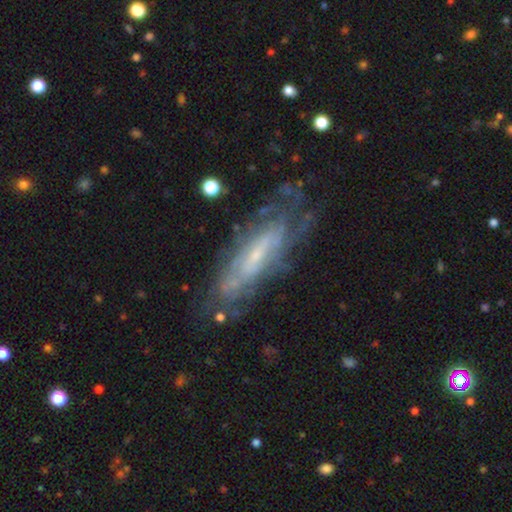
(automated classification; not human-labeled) smooth-or-featured: featured or disk: 75% | smooth: 18% | star or artifact: 7%
  disk-edge-on: no: 73% | yes: 27%
    bar: no: 49% | weak: 36% | strong: 15%
    has-spiral-arms: yes: 77% | no: 23%
    bulge-size: small: 70% | moderate: 20% | none: 7% | large: 2% | dominant: 1%
  merging: none: 68% | minor disturbance: 20% | major disturbance: 10% | merger: 3%